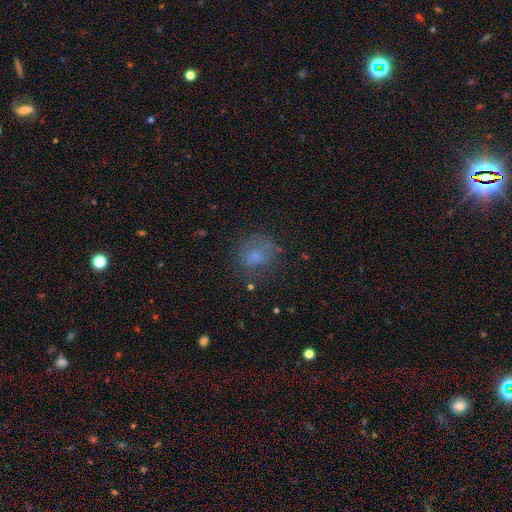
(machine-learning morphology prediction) The model was most divided on "merging": none: 62%, minor disturbance: 20%, major disturbance: 15%, merger: 3%. More confident: how rounded — round (72%); smooth or featured — smooth (65%).